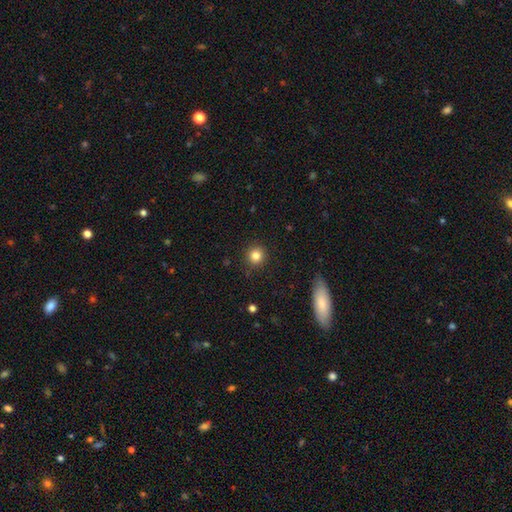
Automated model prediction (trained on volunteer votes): Smooth or featured? smooth (83%)
How rounded? round (93%)
Merging? none (91%)